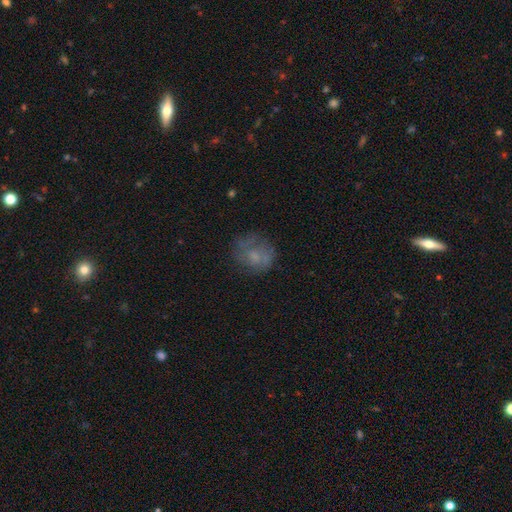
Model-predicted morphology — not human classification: smooth_or_featured: smooth (p=0.49) [alt: featured or disk p=0.39]
merging: none (p=0.64) [alt: minor disturbance p=0.21]